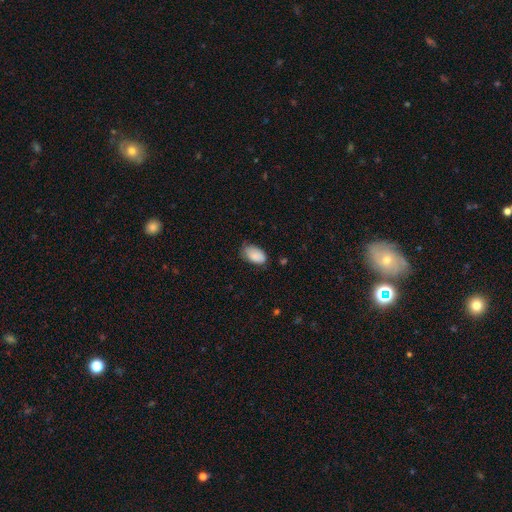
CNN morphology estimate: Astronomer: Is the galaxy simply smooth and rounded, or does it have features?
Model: smooth — 87%.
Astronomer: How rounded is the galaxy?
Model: in between — 94%.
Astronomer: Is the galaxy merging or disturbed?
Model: none — 62%.